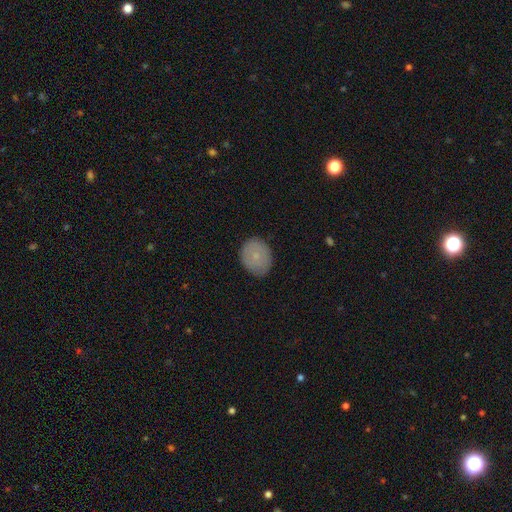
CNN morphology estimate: Smooth or featured?
  - smooth: 74% *
  - featured or disk: 18%
  - star or artifact: 8%
How rounded?
  - round: 52% *
  - in between: 47%
  - cigar-shaped: 1%
Merging?
  - none: 84% *
  - minor disturbance: 13%
  - major disturbance: 3%
  - merger: 1%